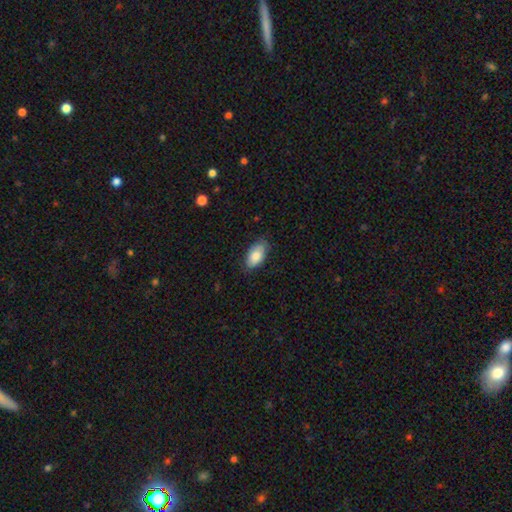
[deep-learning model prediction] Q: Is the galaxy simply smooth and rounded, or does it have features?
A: smooth — 82%.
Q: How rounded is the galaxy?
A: in between — 93%.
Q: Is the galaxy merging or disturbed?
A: none — 76%.